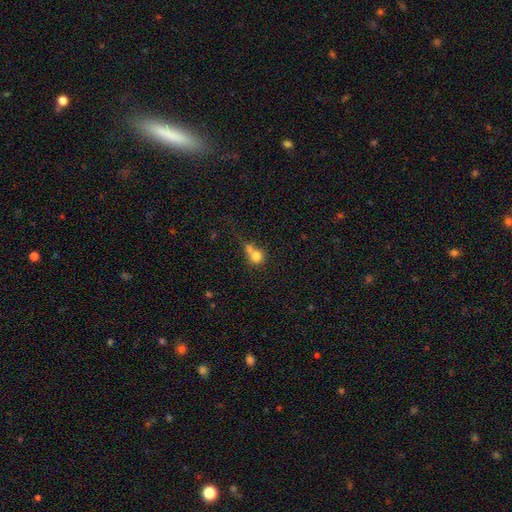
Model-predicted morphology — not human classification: Smooth or featured: smooth — 76% (featured or disk — 13%)
How rounded: round — 81% (in between — 18%)
Merging: merger — 49% (none — 32%)